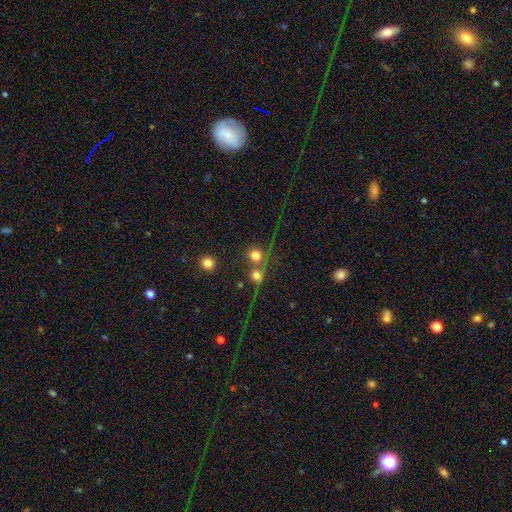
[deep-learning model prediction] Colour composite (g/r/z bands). It shows a smooth galaxy with no disk features (78%) that is round (89%). Merging: none (58%).